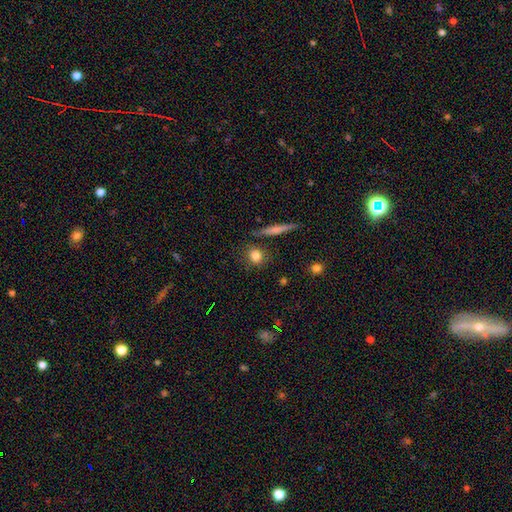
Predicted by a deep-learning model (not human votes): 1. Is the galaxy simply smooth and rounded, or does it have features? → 81% smooth, 10% star or artifact, 10% featured or disk.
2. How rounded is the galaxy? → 77% round, 18% in between, 5% cigar-shaped.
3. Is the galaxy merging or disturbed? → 80% none, 11% minor disturbance, 5% merger, 3% major disturbance.